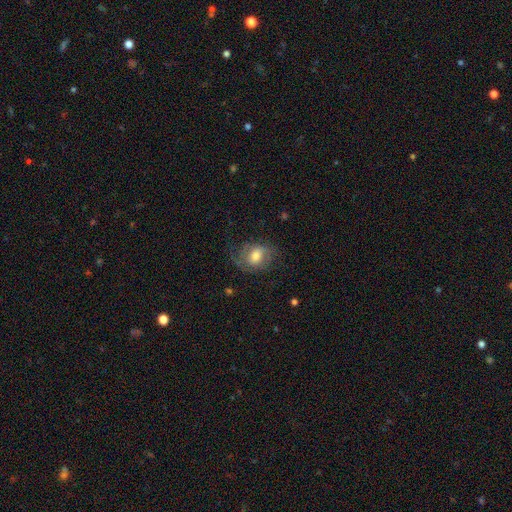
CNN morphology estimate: A featured or disk galaxy (49%). Merging: none (57%).